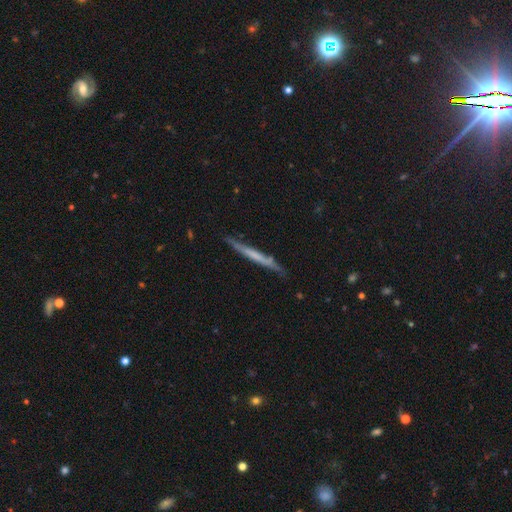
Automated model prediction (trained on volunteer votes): This is possibly a featured or disk galaxy (54%). It is clearly viewed edge-on (94%). Edge-on bulge: likely none (74%). Merging: likely none (80%).